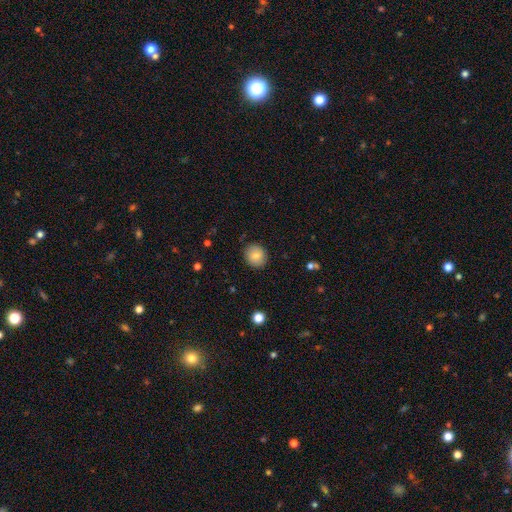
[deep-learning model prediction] Overall: smooth (80%). How rounded: round (76%). Merging: none (88%).